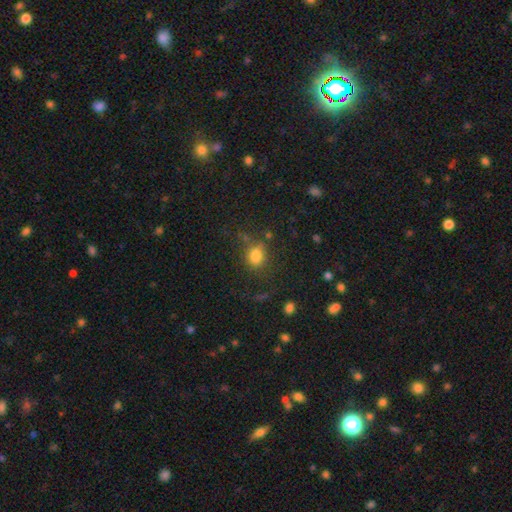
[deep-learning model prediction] A smooth galaxy with no disk features (81%) that is round (57%). Merging: none (66%).